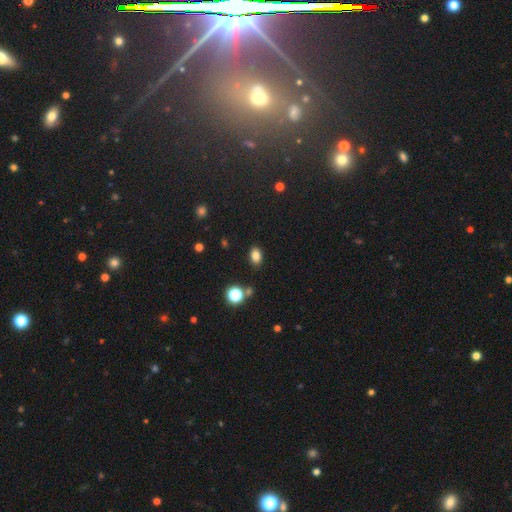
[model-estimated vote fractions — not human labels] smooth 82%, star or artifact 12%, featured or disk 5%. Down the decision tree: how rounded — in between (80%); merging — none (86%).